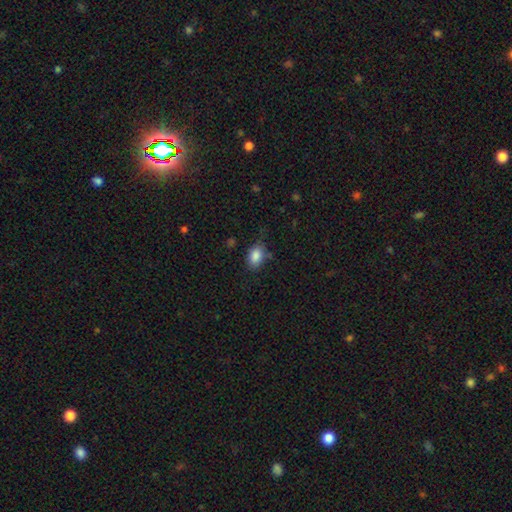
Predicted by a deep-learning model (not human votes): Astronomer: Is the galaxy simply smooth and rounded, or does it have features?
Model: smooth — 86%.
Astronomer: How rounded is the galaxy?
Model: in between — 82%.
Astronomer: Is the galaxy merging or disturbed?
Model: none — 71%.